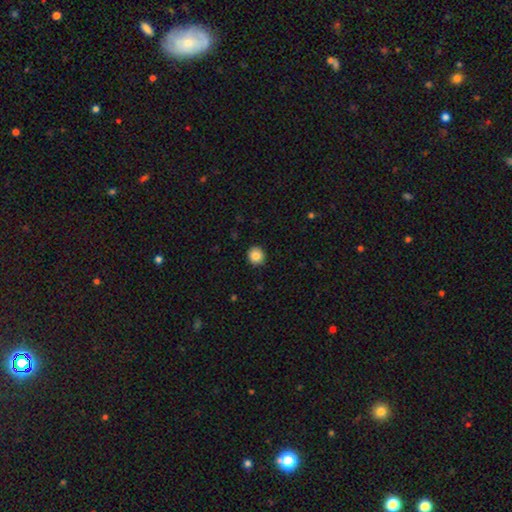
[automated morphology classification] smooth-or-featured: smooth: 86% | star or artifact: 9% | featured or disk: 5%
  how-rounded: round: 90% | in between: 9% | cigar-shaped: 1%
  merging: none: 91% | minor disturbance: 6% | major disturbance: 2% | merger: 1%